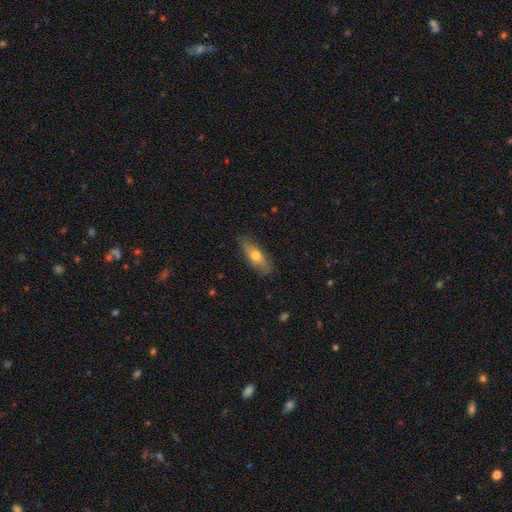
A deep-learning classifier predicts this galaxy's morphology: smooth_or_featured: smooth (p=0.62) [alt: featured or disk p=0.31]
how_rounded: in between (p=0.65) [alt: cigar-shaped p=0.32]
merging: none (p=0.79) [alt: minor disturbance p=0.16]